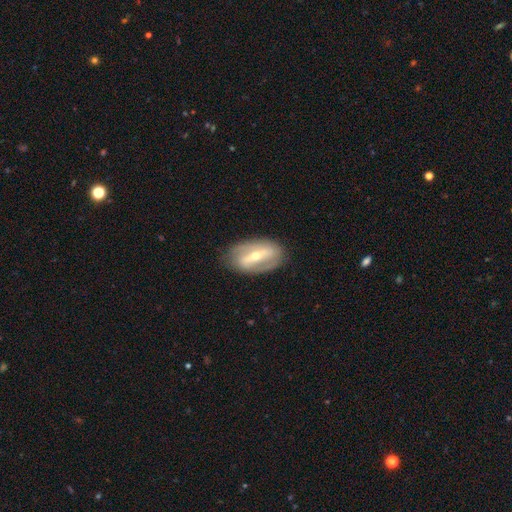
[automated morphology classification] A featured or disk galaxy (76%) with a strong bar (70%), spiral arms (60%) and a moderate central bulge (53%).

Vote fractions:
- Smooth or featured? featured or disk: 76% / smooth: 19% / star or artifact: 5%
- Edge-on disk? no: 88% / yes: 12%
- Bar? strong: 70% / weak: 20% / no: 10%
- Spiral arms? yes: 60% / no: 40%
- Bulge size? moderate: 53% / small: 43% / large: 2% / none: 1% / dominant: 1%
- Merging? none: 81% / minor disturbance: 13% / major disturbance: 5% / merger: 1%